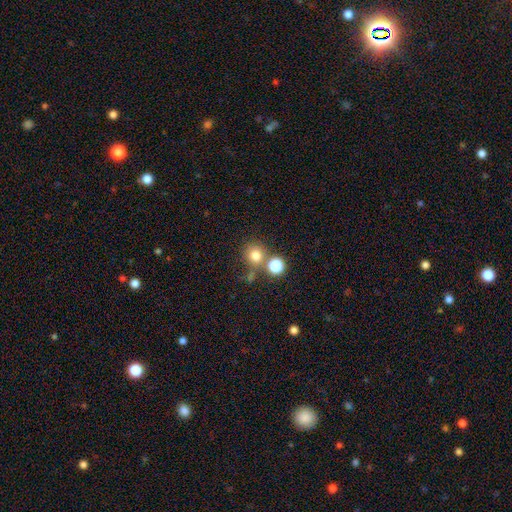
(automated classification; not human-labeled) This appears to be a smooth galaxy with no disk features (76%) that is round (90%). Merging: none (66%).